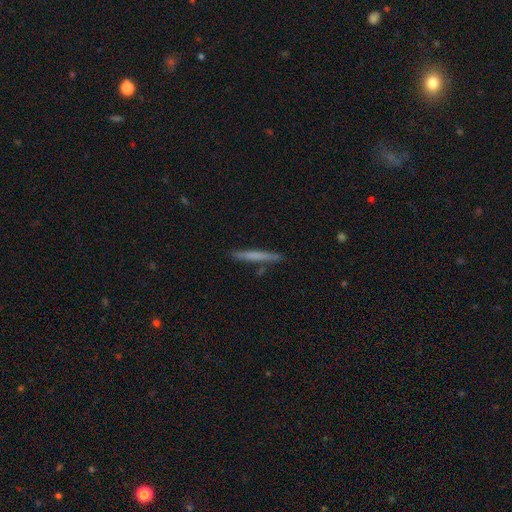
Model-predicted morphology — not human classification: A smooth galaxy with no disk features (63%) that is cigar-shaped (97%).

Vote fractions:
- Smooth or featured? smooth: 63% / featured or disk: 31% / star or artifact: 6%
- How rounded? cigar-shaped: 97% / in between: 2% / round: 1%
- Merging? none: 87% / minor disturbance: 9% / merger: 2% / major disturbance: 2%